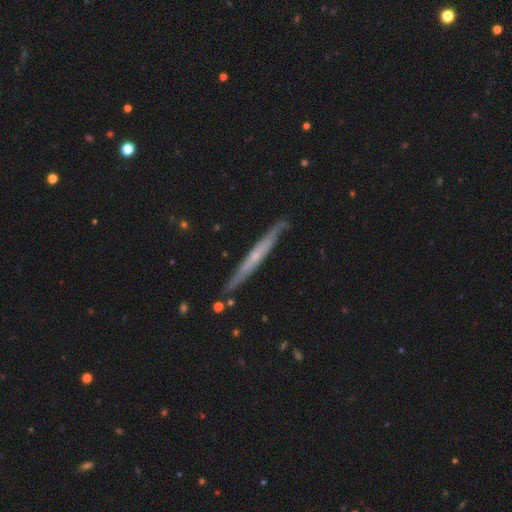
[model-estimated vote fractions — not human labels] Q: Smooth or featured?
A: featured or disk (67%); runner-up: smooth (27%)
Q: Edge-on disk?
A: yes (94%); runner-up: no (6%)
Q: Edge-on bulge?
A: none (56%); runner-up: rounded (40%)
Q: Merging?
A: none (85%); runner-up: minor disturbance (11%)